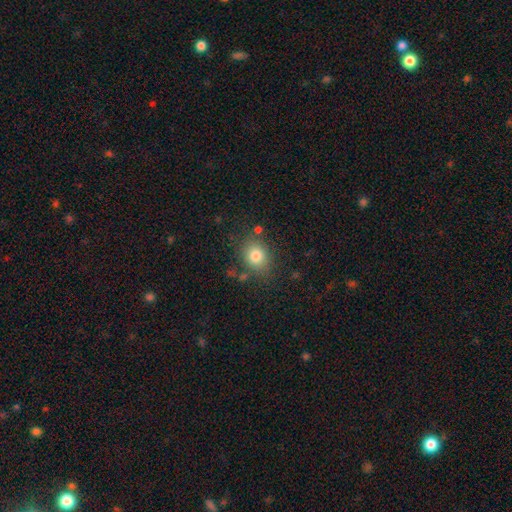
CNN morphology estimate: smooth 79%, star or artifact 11%, featured or disk 10%. Down the decision tree: how rounded — round (57%); merging — none (77%).